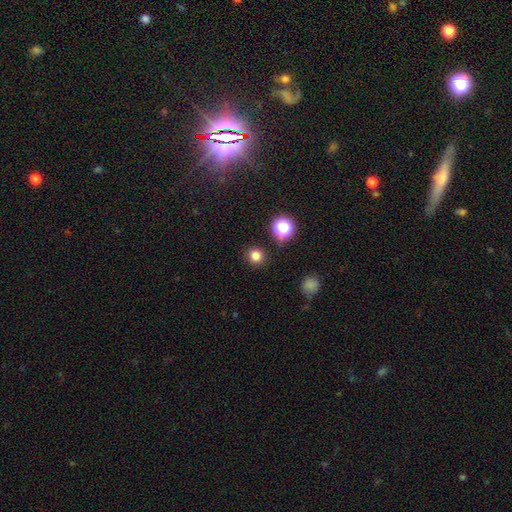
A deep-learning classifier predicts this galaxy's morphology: Smooth or featured: smooth — 80% (star or artifact — 16%)
How rounded: round — 92% (in between — 7%)
Merging: none — 90% (minor disturbance — 6%)